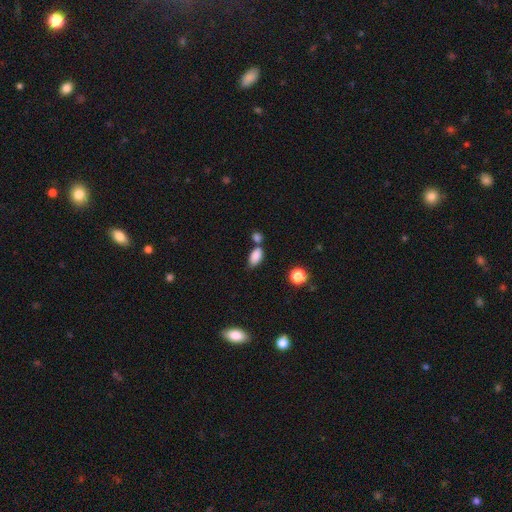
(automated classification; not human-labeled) smooth_or_featured: smooth (p=0.85) [alt: star or artifact p=0.09]
how_rounded: in between (p=0.91) [alt: round p=0.05]
merging: none (p=0.53) [alt: merger p=0.26]